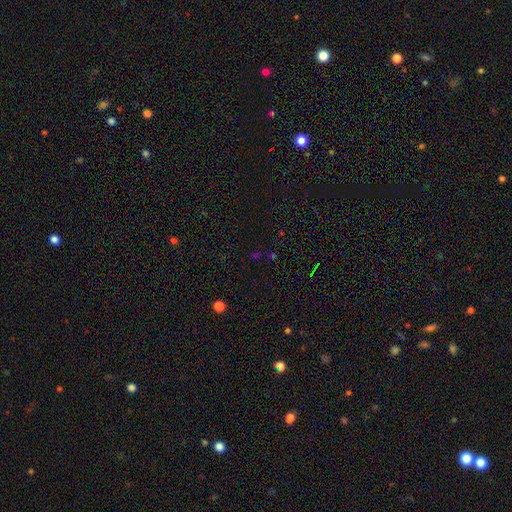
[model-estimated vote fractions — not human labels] Morphology: type=star or artifact (57%).